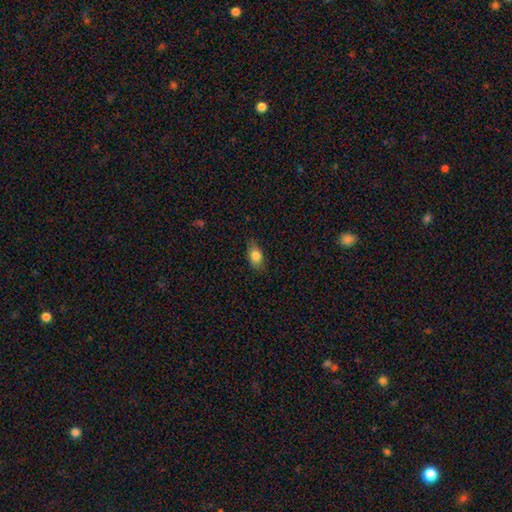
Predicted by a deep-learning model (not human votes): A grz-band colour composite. It shows a smooth galaxy with no disk features (81%) that is in between round and cigar-shaped (85%). Merging: none (81%).